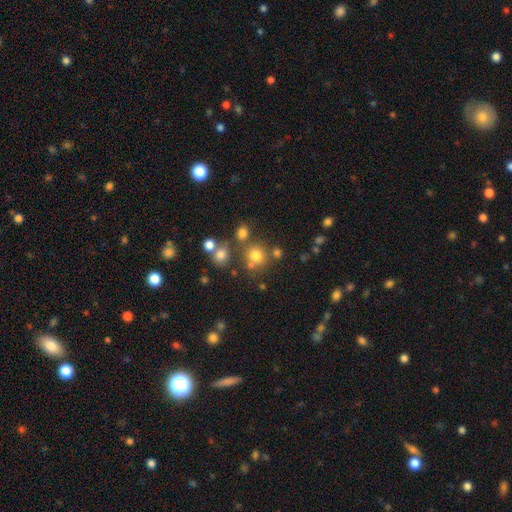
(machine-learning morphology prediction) This appears to be a smooth galaxy with no disk features (73%) that is round (87%). Merging: none (67%).